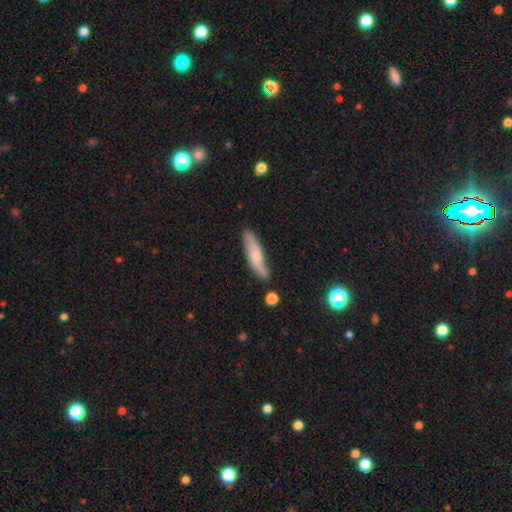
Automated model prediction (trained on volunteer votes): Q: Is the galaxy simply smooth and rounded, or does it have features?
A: smooth — 54%.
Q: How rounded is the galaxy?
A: cigar-shaped — 77%.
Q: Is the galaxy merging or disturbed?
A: none — 71%.